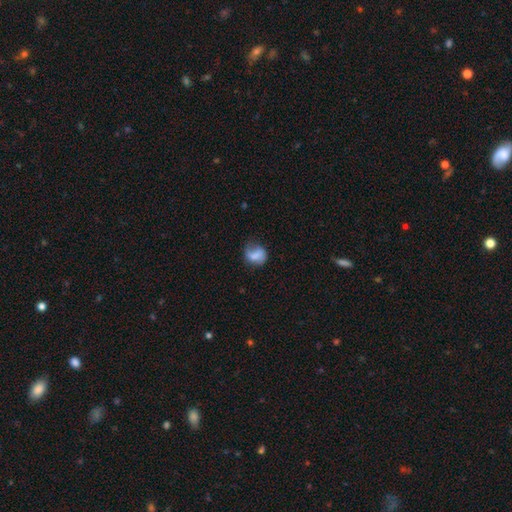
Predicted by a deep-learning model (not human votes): Overall: smooth (63%; featured or disk 28%). How rounded: round (55%; in between 43%). Merging: none (47%; minor disturbance 30%).